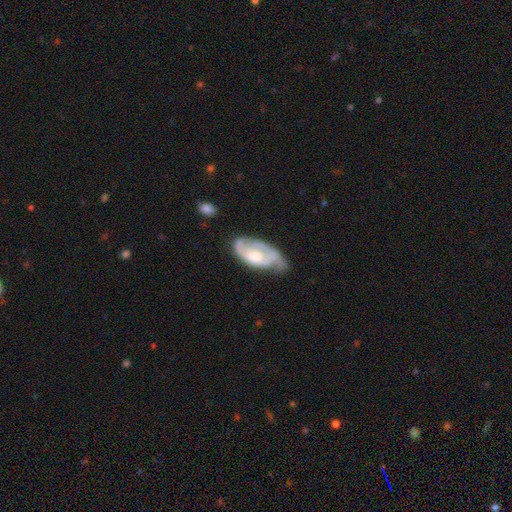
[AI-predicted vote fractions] A featured or disk galaxy (69%) with no bar (72%), 2 (41%) tight (47%) spiral arms (82%) and a moderate central bulge (52%). Merging: none (43%).